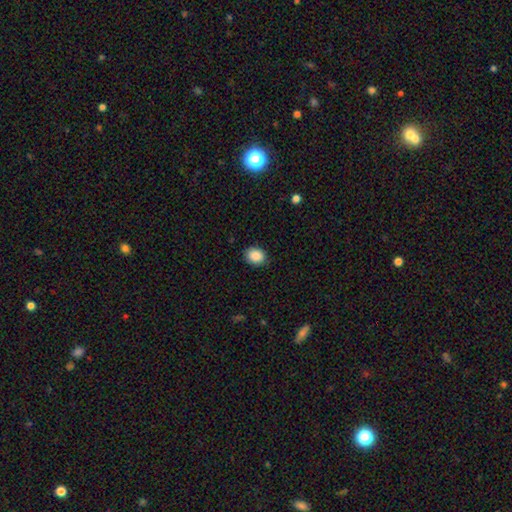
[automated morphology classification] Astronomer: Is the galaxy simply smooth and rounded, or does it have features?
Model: smooth — 88%.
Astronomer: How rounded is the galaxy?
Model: round — 51% (runner-up: in between, 48%).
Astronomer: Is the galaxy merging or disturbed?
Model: none — 88%.